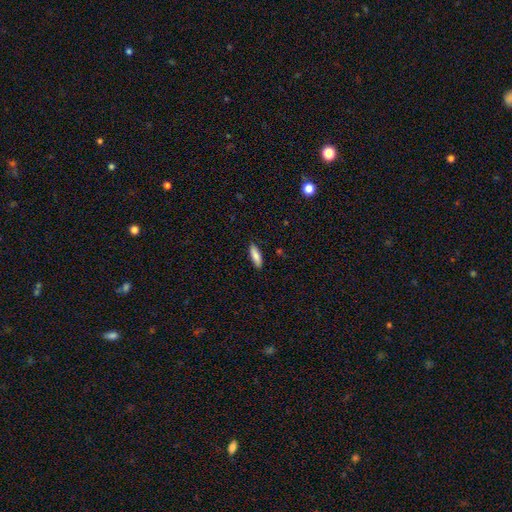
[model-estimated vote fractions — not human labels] smooth-or-featured: smooth: 84% | featured or disk: 10% | star or artifact: 6%
  how-rounded: in between: 50% | cigar-shaped: 48% | round: 2%
  merging: none: 88% | minor disturbance: 9% | major disturbance: 2% | merger: 1%